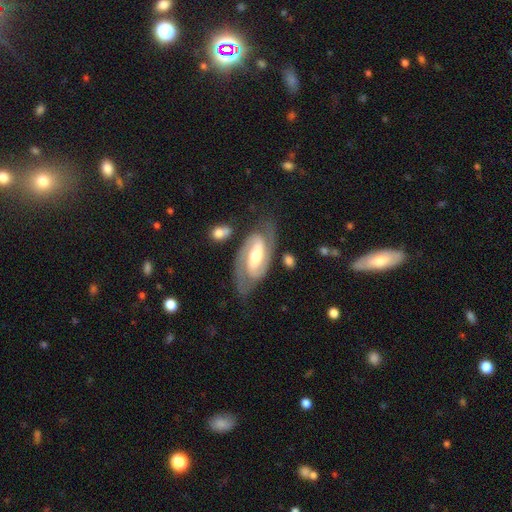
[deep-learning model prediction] This is clearly a featured or disk galaxy (88%). It is clearly not viewed edge-on (96%). Bar: marginally strong (44%). Spiral arm pattern: clearly yes (97%). Spiral arm count: clearly 2 (91%). Spiral winding: marginally medium (45%). Central bulge: likely moderate (60%). Merging: likely none (75%).